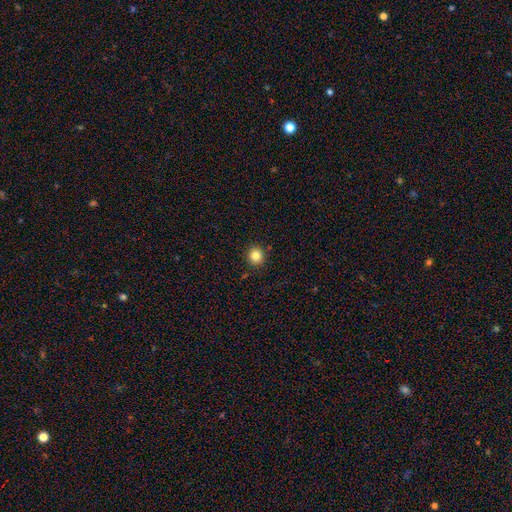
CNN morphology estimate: smooth 83%, star or artifact 11%, featured or disk 6%. Down the decision tree: how rounded — round (90%); merging — none (91%).